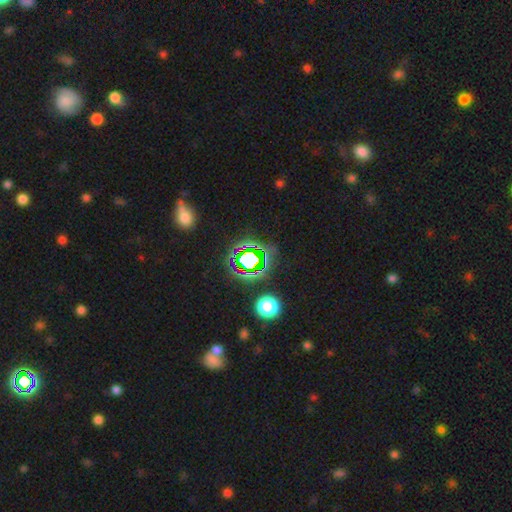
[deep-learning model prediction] Smooth or featured: star or artifact — 67% (smooth — 18%)